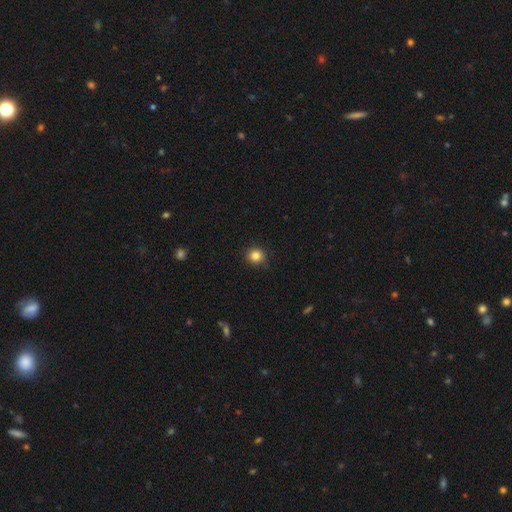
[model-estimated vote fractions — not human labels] Overall: smooth (84%). How rounded: round (90%). Merging: none (86%).